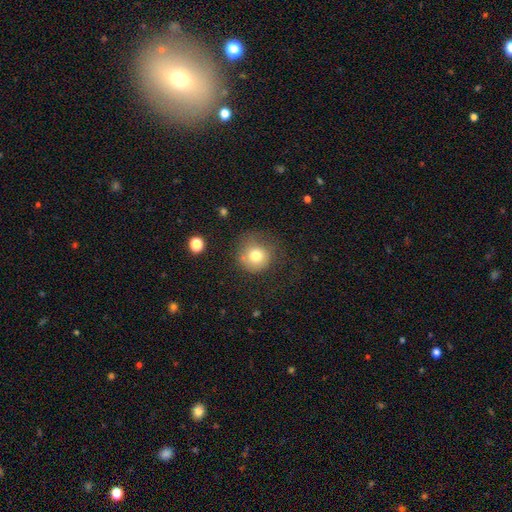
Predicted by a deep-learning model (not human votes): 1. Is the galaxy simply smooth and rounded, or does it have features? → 76% smooth, 14% featured or disk, 10% star or artifact.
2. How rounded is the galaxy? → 89% round, 10% in between, 1% cigar-shaped.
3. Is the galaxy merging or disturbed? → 56% none, 24% minor disturbance, 17% major disturbance, 3% merger.